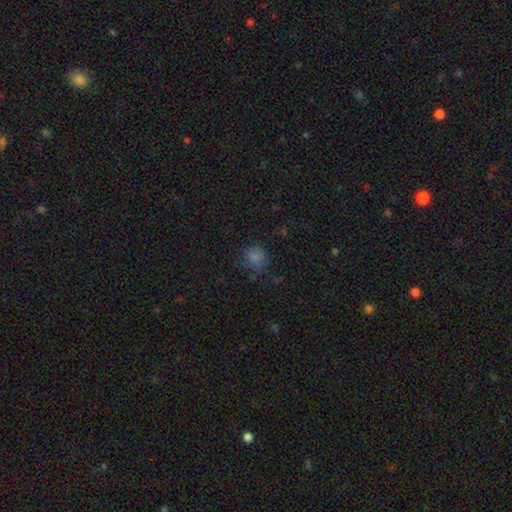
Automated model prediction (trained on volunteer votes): A smooth galaxy with no disk features (67%) that is round (75%).

Vote fractions:
- Smooth or featured? smooth: 67% / star or artifact: 22% / featured or disk: 10%
- How rounded? round: 75% / in between: 24% / cigar-shaped: 1%
- Merging? none: 62% / minor disturbance: 23% / major disturbance: 13% / merger: 2%